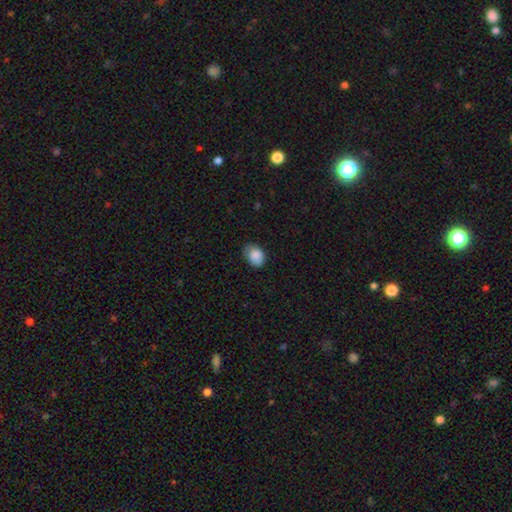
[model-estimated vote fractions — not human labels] Overall: smooth (86%). How rounded: in between (68%; round 31%). Merging: none (61%; minor disturbance 31%).